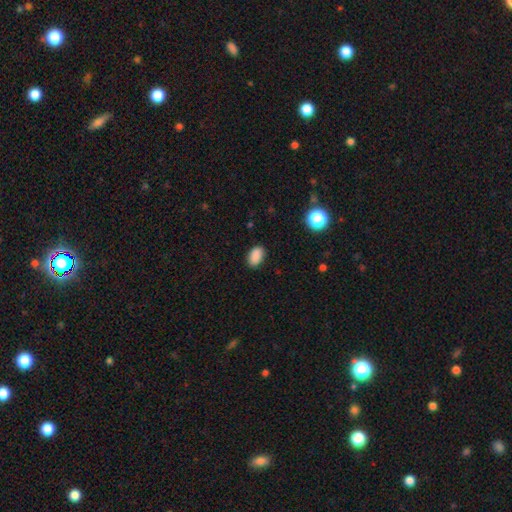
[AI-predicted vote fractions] Smooth or featured?
  - smooth: 88% *
  - star or artifact: 9%
  - featured or disk: 3%
How rounded?
  - in between: 90% *
  - round: 9%
  - cigar-shaped: 1%
Merging?
  - none: 87% *
  - minor disturbance: 10%
  - major disturbance: 2%
  - merger: 1%